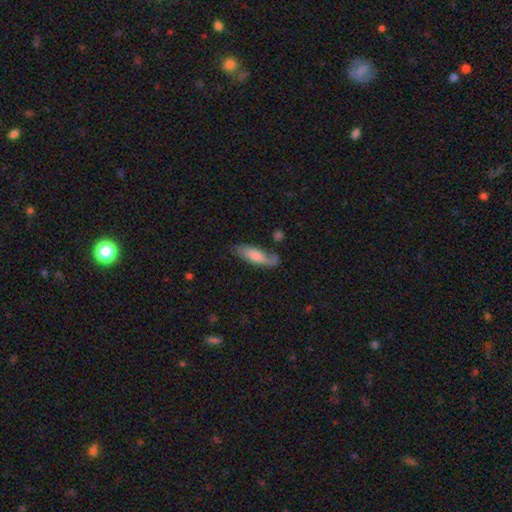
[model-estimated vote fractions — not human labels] smooth 60%, featured or disk 34%, star or artifact 6%. Down the decision tree: how rounded — cigar-shaped (50%); merging — none (60%).